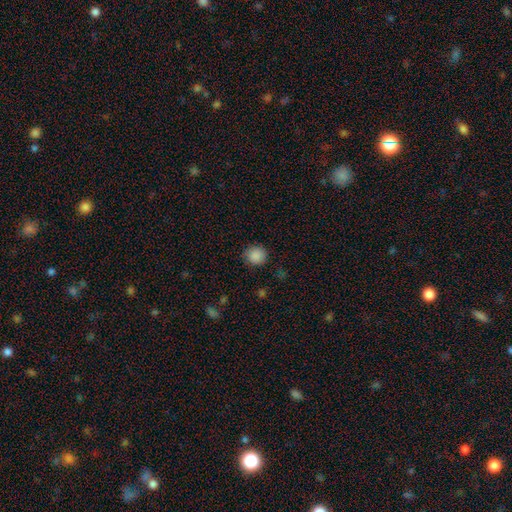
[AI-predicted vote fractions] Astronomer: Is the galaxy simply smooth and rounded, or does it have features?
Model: smooth — 88%.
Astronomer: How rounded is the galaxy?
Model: round — 91%.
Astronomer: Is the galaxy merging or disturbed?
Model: none — 85%.